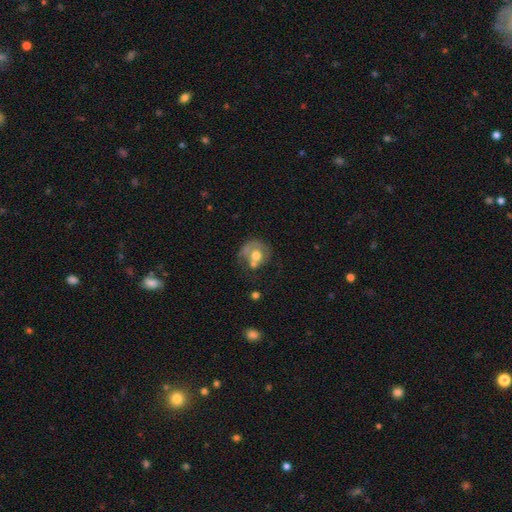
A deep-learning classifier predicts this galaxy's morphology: A featured or disk galaxy (46%, tied with smooth).

Vote fractions:
- Smooth or featured? featured or disk: 46% (tied) / smooth: 46% (tied) / star or artifact: 8%
- Merging? none: 33% / merger: 29% / major disturbance: 20% / minor disturbance: 18%